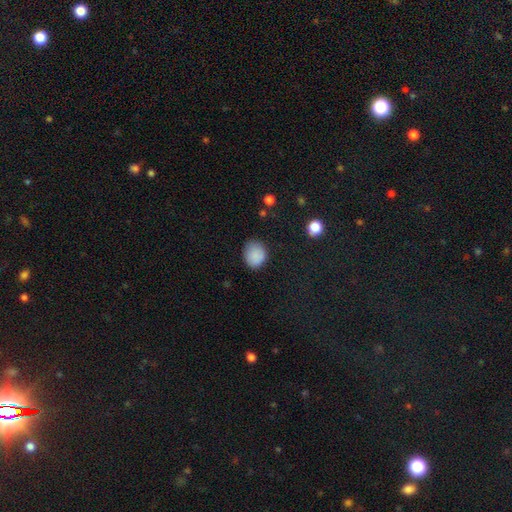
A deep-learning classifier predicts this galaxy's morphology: type=smooth (87%); roundness=round (62%); merging=none (76%).